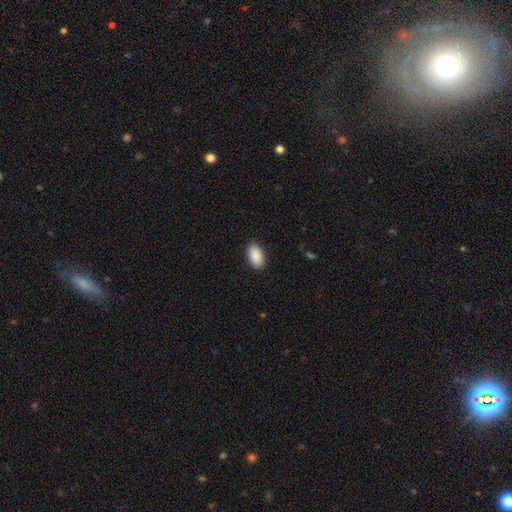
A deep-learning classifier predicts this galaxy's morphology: A smooth galaxy with no disk features (91%) that is in between round and cigar-shaped (95%). Merging: none (89%).